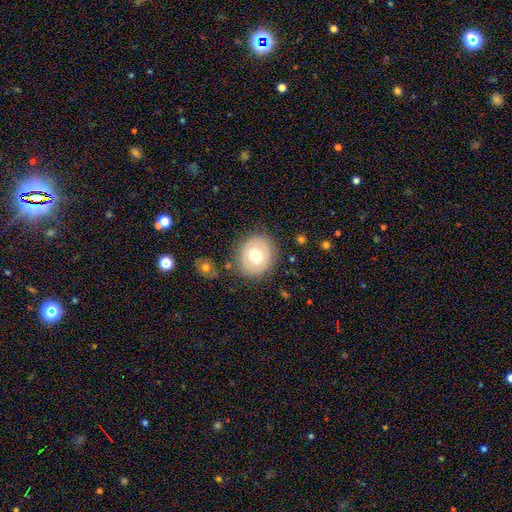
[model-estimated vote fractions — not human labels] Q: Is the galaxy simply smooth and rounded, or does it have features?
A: smooth — 61%.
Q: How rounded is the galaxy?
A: round — 73%.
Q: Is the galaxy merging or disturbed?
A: none — 80%.